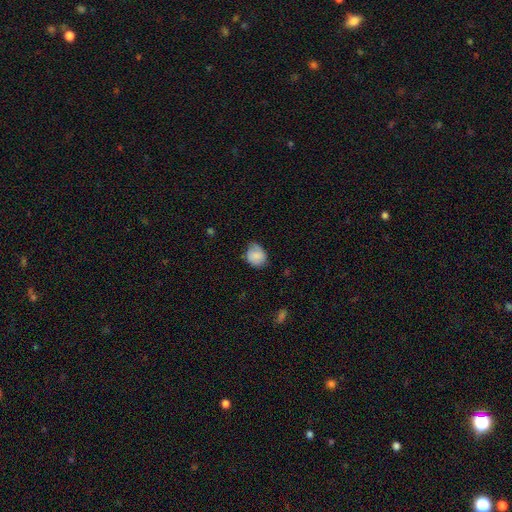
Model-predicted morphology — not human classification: A smooth galaxy with no disk features (79%) that is round (59%). Merging: none (57%).